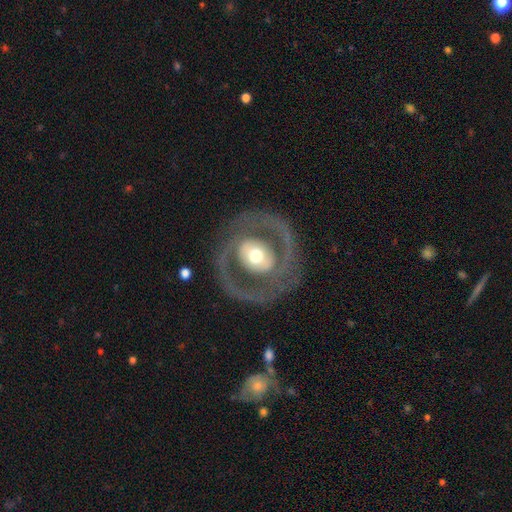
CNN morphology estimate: This appears to be a featured or disk galaxy (75%) with no bar (54%), spiral arms (53%) and a moderate central bulge (61%). Merging: none (78%).